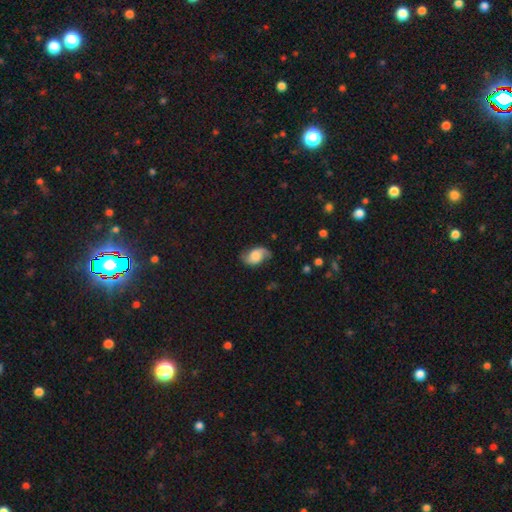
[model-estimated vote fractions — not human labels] Smooth or featured? featured or disk (61%)
Edge-on disk? no (96%)
Bar? no (60%)
Spiral arms? yes (92%)
Spiral winding? loose (52%)
Spiral arm count? 2 (90%)
Bulge size? large (31%)
Merging? none (74%)